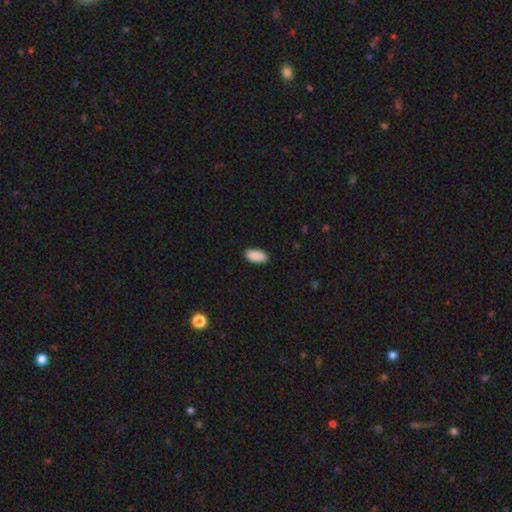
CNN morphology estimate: Smooth or featured?
  - smooth: 91% *
  - star or artifact: 6%
  - featured or disk: 3%
How rounded?
  - in between: 93% *
  - cigar-shaped: 5%
  - round: 2%
Merging?
  - none: 90% *
  - minor disturbance: 7%
  - major disturbance: 2%
  - merger: 1%